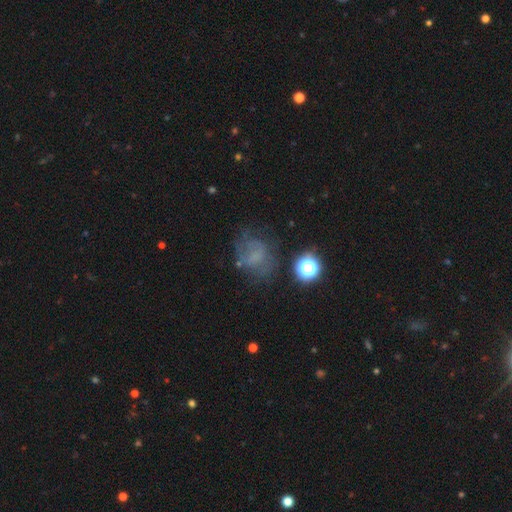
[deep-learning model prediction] This is marginally a smooth galaxy (40%). Merging: possibly none (54%).